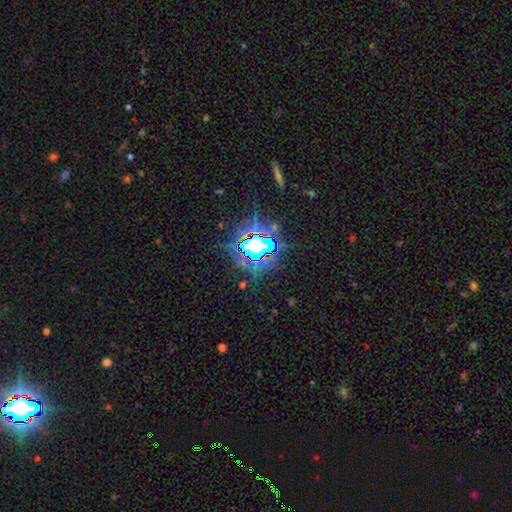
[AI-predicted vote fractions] Smooth or featured: star or artifact — 76% (smooth — 14%)